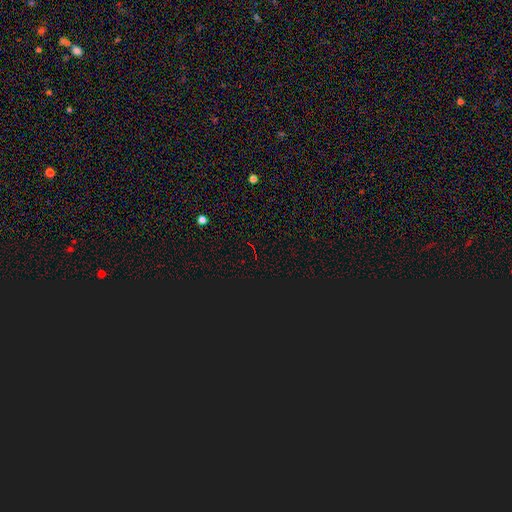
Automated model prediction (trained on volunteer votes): The model was most divided on "smooth or featured": star or artifact: 80%, smooth: 13%, featured or disk: 7%.